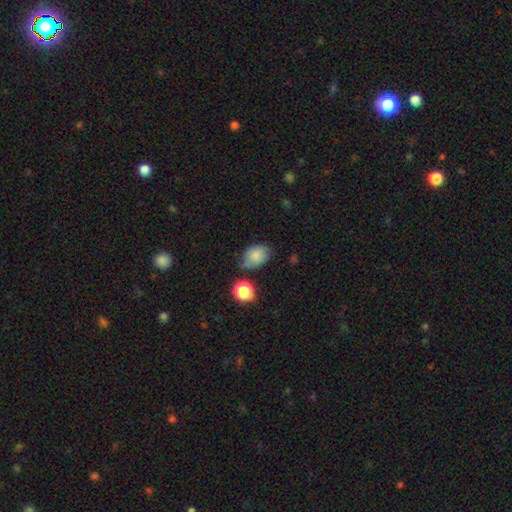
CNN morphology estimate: Overall: smooth (79%). How rounded: in between (74%). Merging: none (60%; minor disturbance 27%).